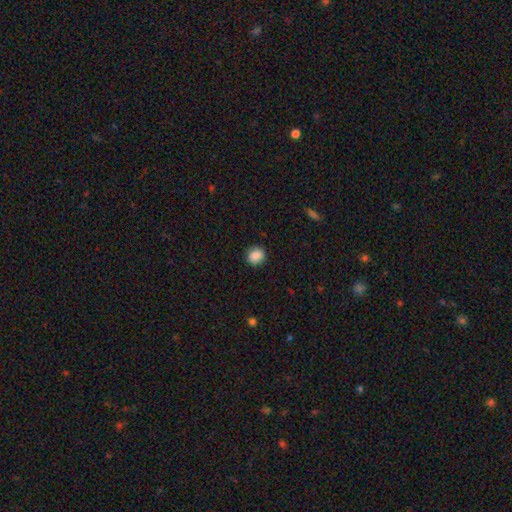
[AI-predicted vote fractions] This is clearly a smooth galaxy (86%). How rounded: clearly round (85%). Merging: clearly none (90%).